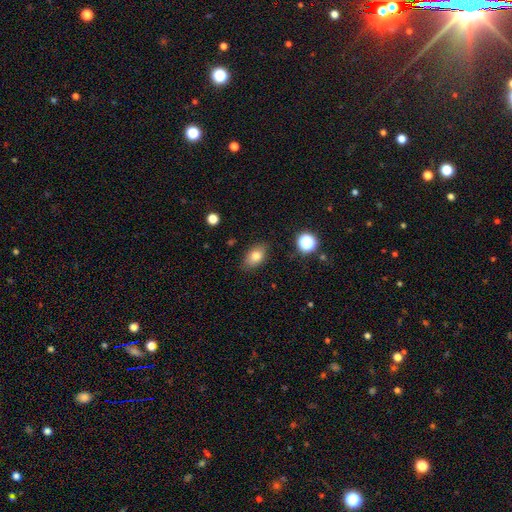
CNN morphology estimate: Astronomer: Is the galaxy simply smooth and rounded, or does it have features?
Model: smooth — 78%.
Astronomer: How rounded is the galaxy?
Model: in between — 84%.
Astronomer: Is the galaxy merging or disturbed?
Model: none — 85%.